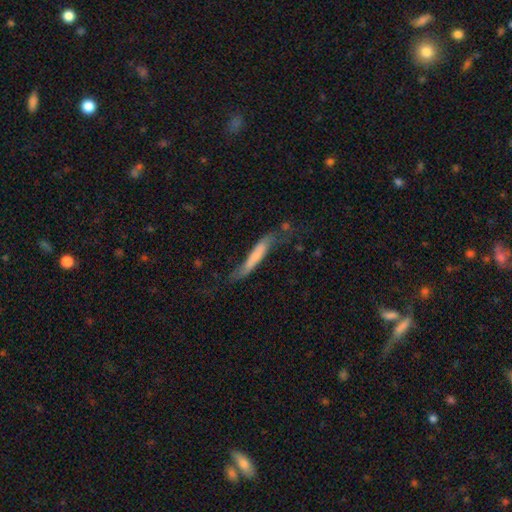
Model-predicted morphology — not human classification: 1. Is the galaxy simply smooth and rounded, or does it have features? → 55% smooth, 39% featured or disk, 6% star or artifact.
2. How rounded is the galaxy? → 91% cigar-shaped, 7% in between, 2% round.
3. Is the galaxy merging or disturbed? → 45% none, 30% minor disturbance, 19% major disturbance, 5% merger.